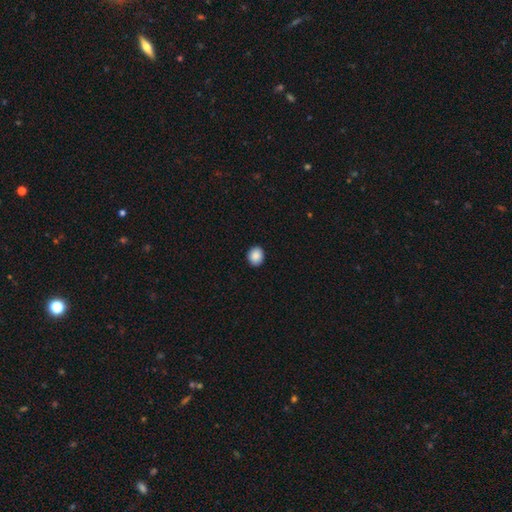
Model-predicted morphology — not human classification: Q: Smooth or featured?
A: smooth (88%); runner-up: star or artifact (8%)
Q: How rounded?
A: round (70%); runner-up: in between (29%)
Q: Merging?
A: none (92%); runner-up: minor disturbance (6%)